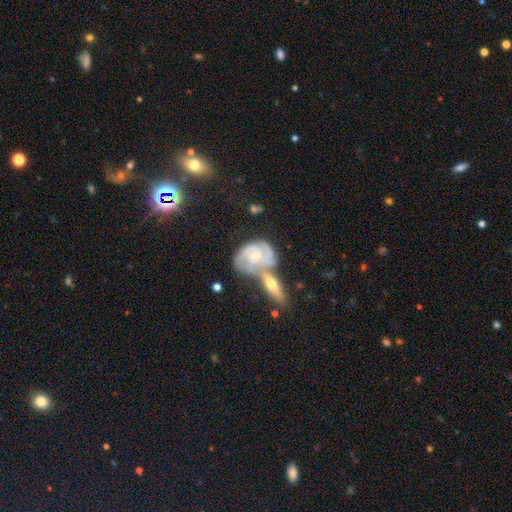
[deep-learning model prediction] featured or disk 81%, smooth 13%, star or artifact 6%. Down the decision tree: edge-on disk — no (96%); bar — no (63%); spiral arms — yes (95%); spiral arm count — 3 (38%); spiral winding — tight (61%); bulge size — small (58%); merging — merger (43%).